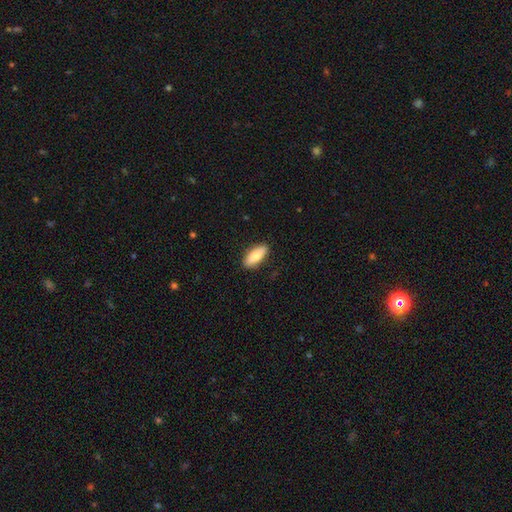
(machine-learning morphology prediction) smooth_or_featured: smooth (p=0.77) [alt: featured or disk p=0.17]
how_rounded: in between (p=0.78) [alt: cigar-shaped p=0.19]
merging: none (p=0.88) [alt: minor disturbance p=0.09]